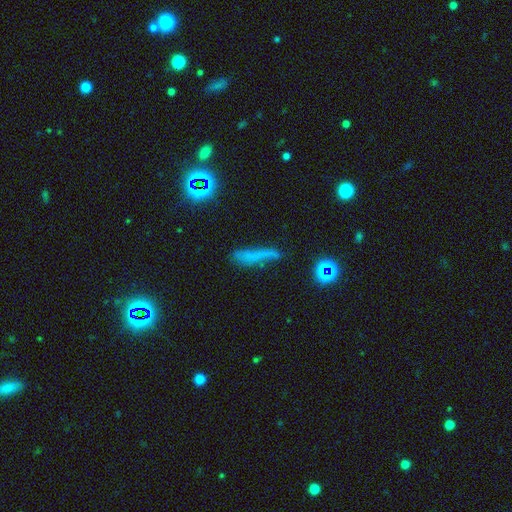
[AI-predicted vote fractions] A smooth galaxy with no disk features (51%) that is cigar-shaped (78%).

Vote fractions:
- Smooth or featured? smooth: 51% / featured or disk: 27% / star or artifact: 22%
- How rounded? cigar-shaped: 78% / in between: 17% / round: 5%
- Merging? none: 49% / minor disturbance: 27% / major disturbance: 17% / merger: 6%